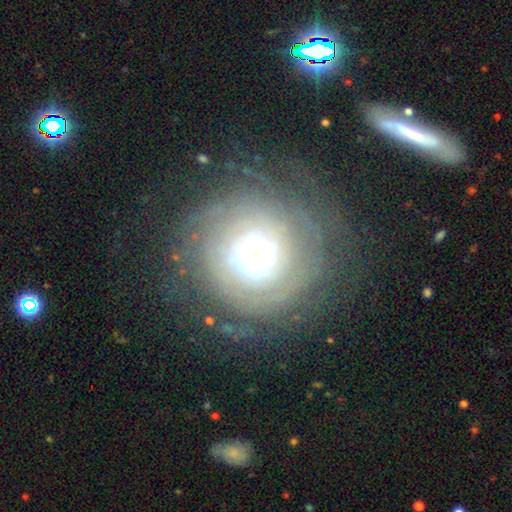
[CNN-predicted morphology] type=featured or disk (71%); edge-on=no (96%); bar=no (79%); spiral arms=yes (73%); bulge=moderate (50%); merging=none (71%).